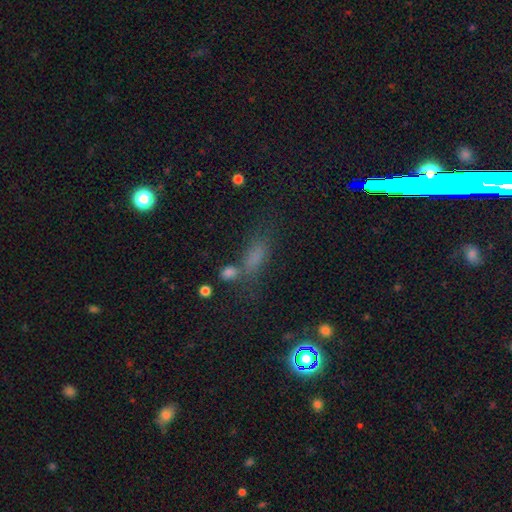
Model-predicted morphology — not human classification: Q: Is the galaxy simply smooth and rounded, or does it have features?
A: smooth — 65%.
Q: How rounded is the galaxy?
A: in between — 62%.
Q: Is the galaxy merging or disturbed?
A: none — 45%.